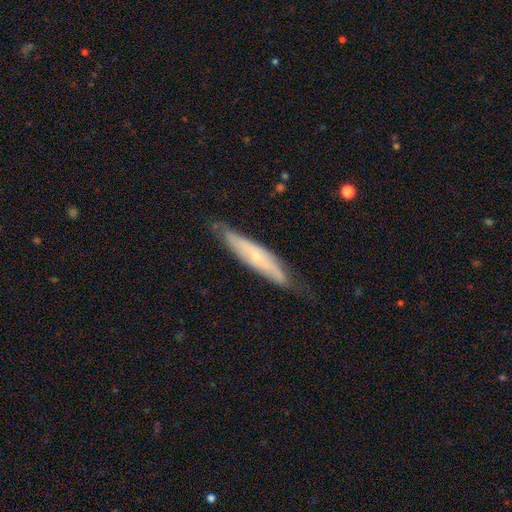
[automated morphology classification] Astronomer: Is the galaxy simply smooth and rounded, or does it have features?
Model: featured or disk — 58% (runner-up: smooth, 36%).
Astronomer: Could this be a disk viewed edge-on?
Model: yes — 62% (runner-up: no, 38%).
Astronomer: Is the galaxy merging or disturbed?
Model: none — 70%.